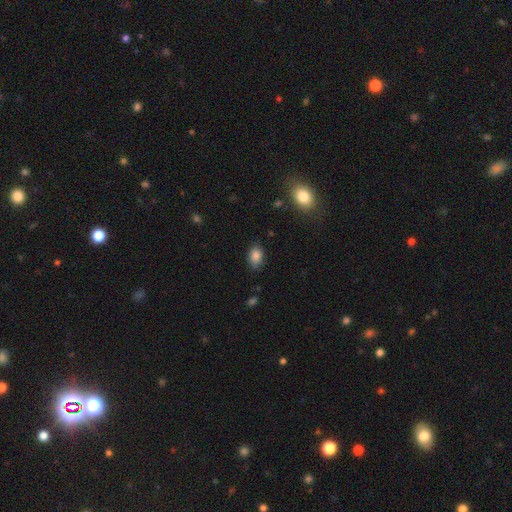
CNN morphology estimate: This is clearly a smooth galaxy (85%). How rounded: clearly in between (81%). Merging: clearly none (81%).